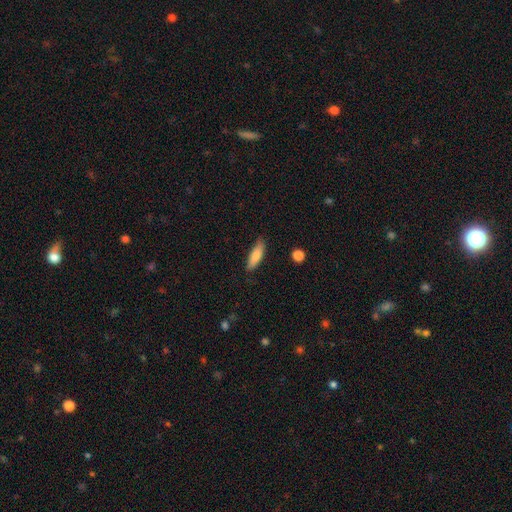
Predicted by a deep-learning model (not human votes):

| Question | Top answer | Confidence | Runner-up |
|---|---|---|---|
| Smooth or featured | smooth | 84% | featured or disk (10%) |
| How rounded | cigar-shaped | 53% | in between (45%) |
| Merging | none | 82% | minor disturbance (14%) |